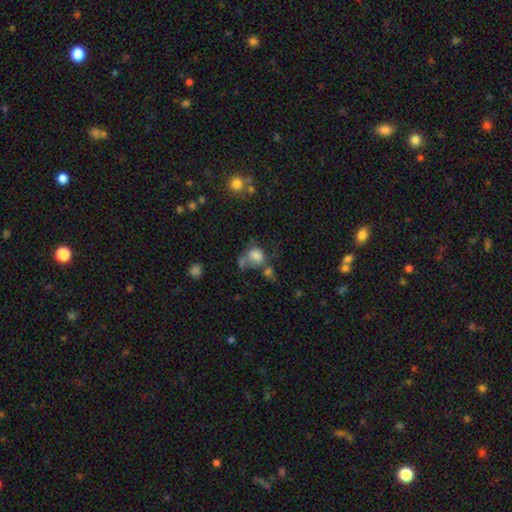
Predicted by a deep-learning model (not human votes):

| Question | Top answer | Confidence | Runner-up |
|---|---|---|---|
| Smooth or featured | smooth | 75% | star or artifact (13%) |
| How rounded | round | 52% | in between (46%) |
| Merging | none | 32% | tied: merger (32%) |